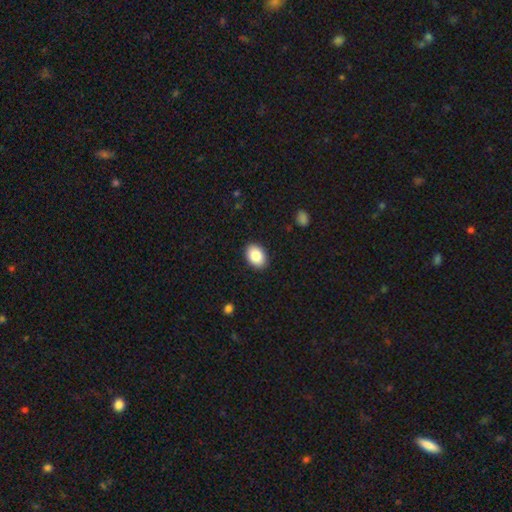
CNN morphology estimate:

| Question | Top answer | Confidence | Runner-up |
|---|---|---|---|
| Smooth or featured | smooth | 86% | star or artifact (7%) |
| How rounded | in between | 81% | round (18%) |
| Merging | none | 90% | minor disturbance (8%) |